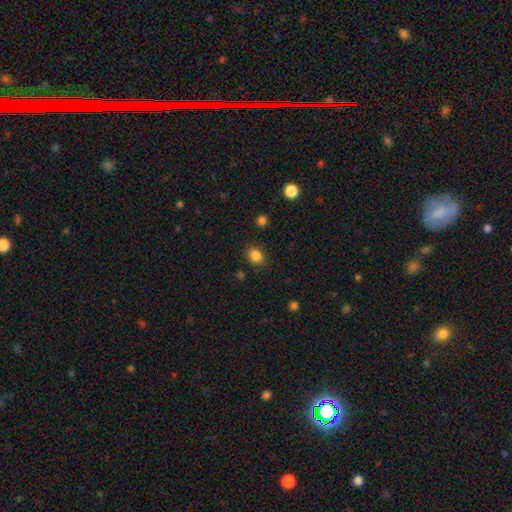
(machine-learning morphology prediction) Smooth or featured: smooth — 85% (star or artifact — 11%)
How rounded: round — 52% (in between — 47%)
Merging: none — 86% (minor disturbance — 10%)